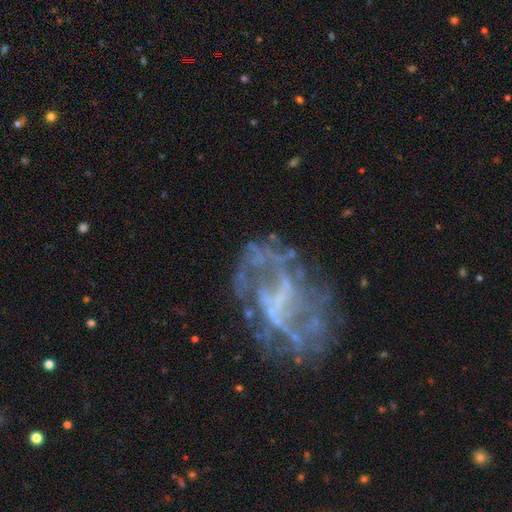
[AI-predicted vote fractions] Q: Smooth or featured?
A: featured or disk (72%); runner-up: star or artifact (17%)
Q: Edge-on disk?
A: no (97%); runner-up: yes (3%)
Q: Bar?
A: no (49%); runner-up: weak (30%)
Q: Spiral arms?
A: yes (50%); tied with: no (50%)
Q: Bulge size?
A: none (69%); runner-up: small (19%)
Q: Merging?
A: none (44%); runner-up: major disturbance (34%)